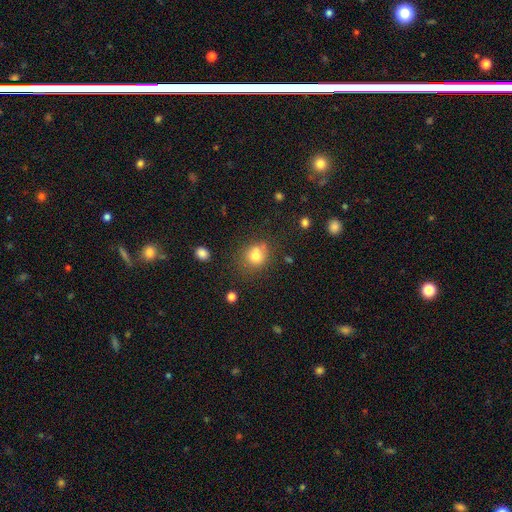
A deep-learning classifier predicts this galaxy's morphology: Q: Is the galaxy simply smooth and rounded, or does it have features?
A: smooth — 74%.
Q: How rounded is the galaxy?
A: round — 76%.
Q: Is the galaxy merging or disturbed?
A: none — 58%.